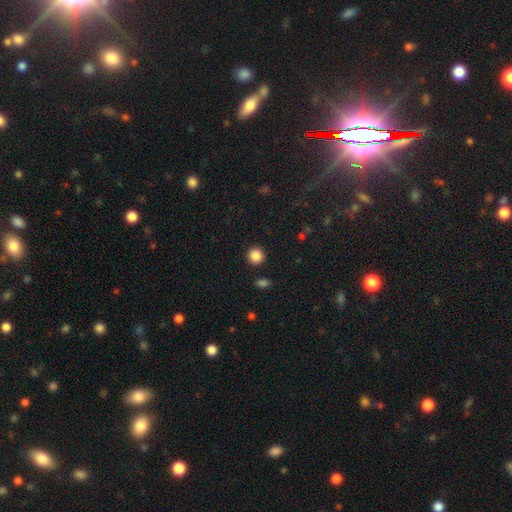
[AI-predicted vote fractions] A smooth galaxy with no disk features (87%) that is round (92%). Merging: none (91%).